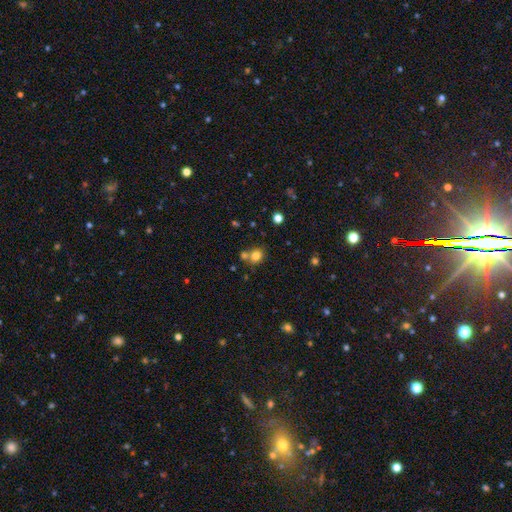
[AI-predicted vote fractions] smooth 79%, star or artifact 13%, featured or disk 8%. Down the decision tree: how rounded — round (70%); merging — none (57%).